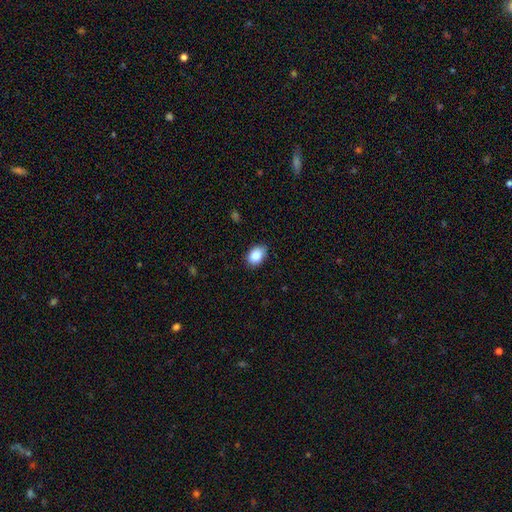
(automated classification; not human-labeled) This is clearly a smooth galaxy (86%). How rounded: likely in between (78%). Merging: clearly none (81%).